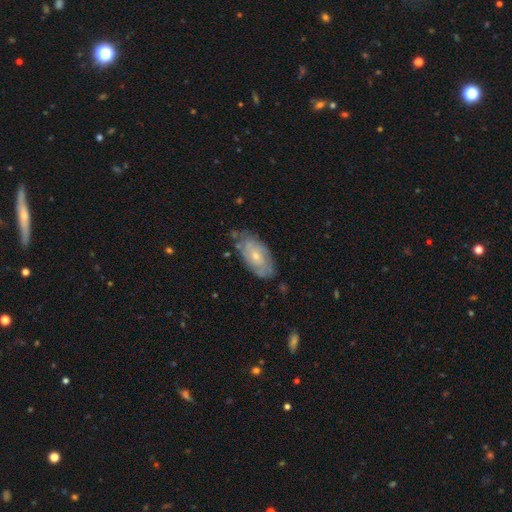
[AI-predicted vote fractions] featured or disk 64%, smooth 30%, star or artifact 6%. Down the decision tree: edge-on disk — no (93%); bar — no (68%); spiral arms — yes (81%); bulge size — small (63%); merging — none (70%).